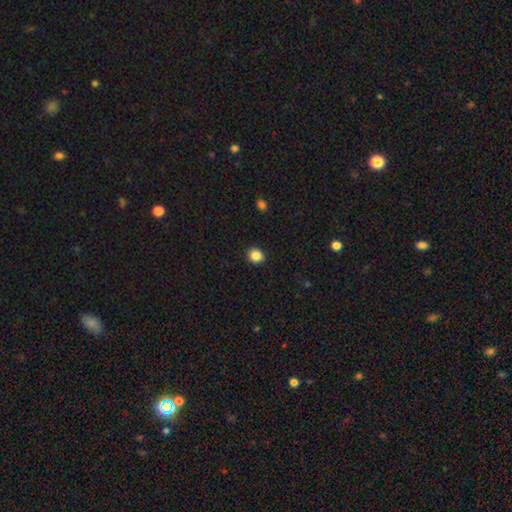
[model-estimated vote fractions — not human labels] This appears to be a smooth galaxy with no disk features (86%) that is round (79%). Merging: none (91%).